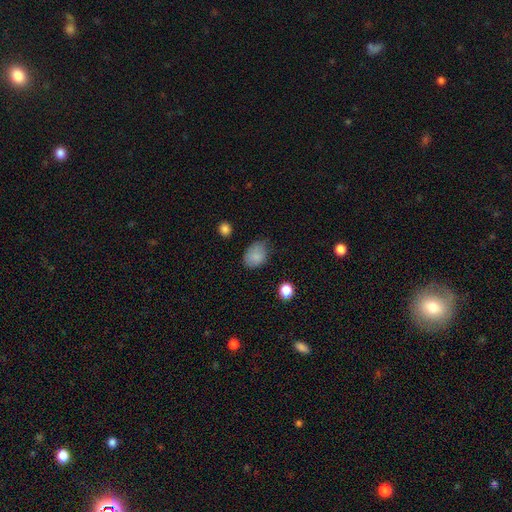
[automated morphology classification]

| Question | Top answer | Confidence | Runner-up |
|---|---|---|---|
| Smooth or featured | smooth | 84% | star or artifact (9%) |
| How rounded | in between | 72% | round (27%) |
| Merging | none | 58% | minor disturbance (32%) |